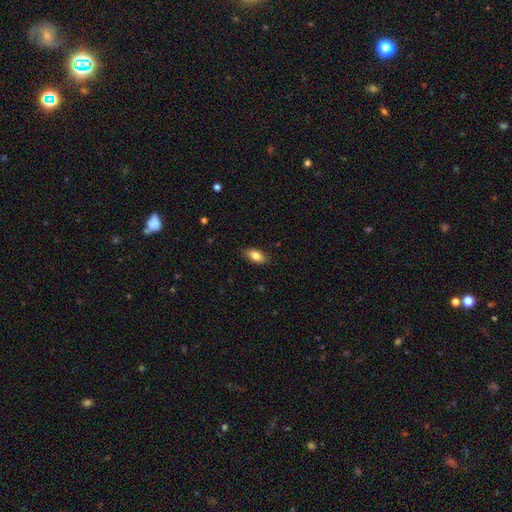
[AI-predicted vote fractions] This is clearly a smooth galaxy (81%). How rounded: clearly in between (88%). Merging: clearly none (86%).